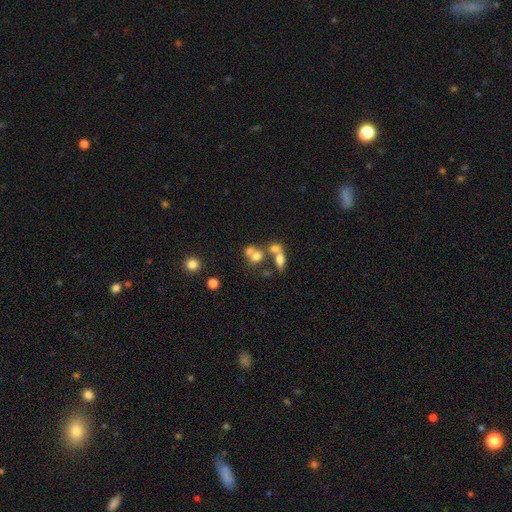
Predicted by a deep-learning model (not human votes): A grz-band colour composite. It shows a smooth galaxy with no disk features (65%) that is round (65%). Merging: merger (52%).